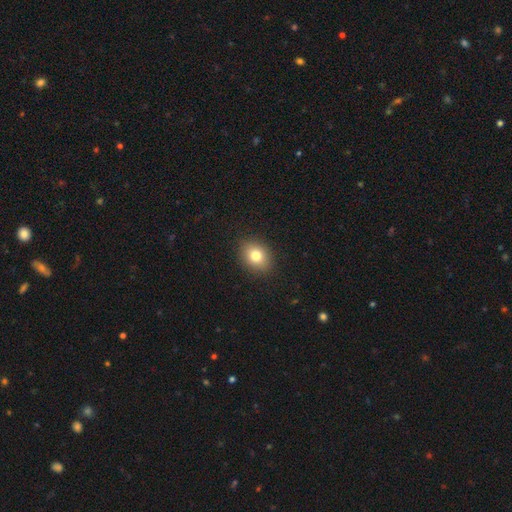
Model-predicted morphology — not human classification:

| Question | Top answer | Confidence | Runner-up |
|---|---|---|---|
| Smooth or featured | smooth | 80% | star or artifact (10%) |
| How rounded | in between | 52% | round (47%) |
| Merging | none | 90% | minor disturbance (7%) |